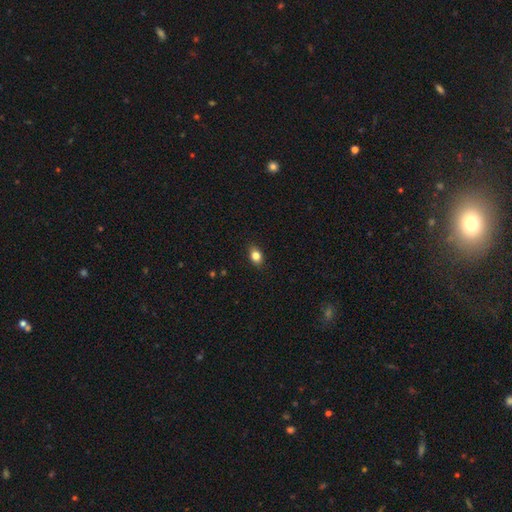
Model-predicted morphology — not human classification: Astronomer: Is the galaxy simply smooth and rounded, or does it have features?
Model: smooth — 83%.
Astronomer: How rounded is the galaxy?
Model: in between — 74%.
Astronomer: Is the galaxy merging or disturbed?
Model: none — 88%.